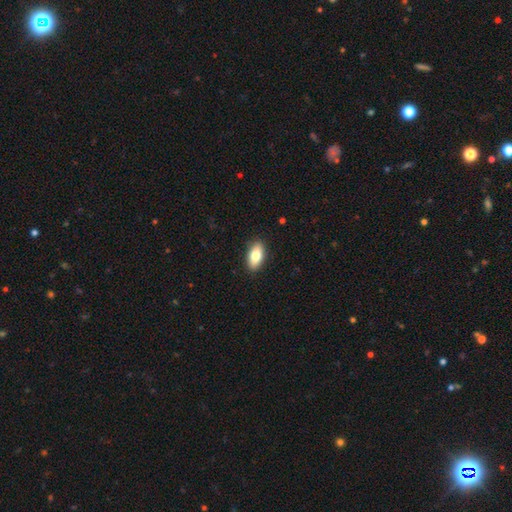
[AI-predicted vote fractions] This appears to be a smooth galaxy with no disk features (79%) that is in between round and cigar-shaped (89%). Merging: none (90%).